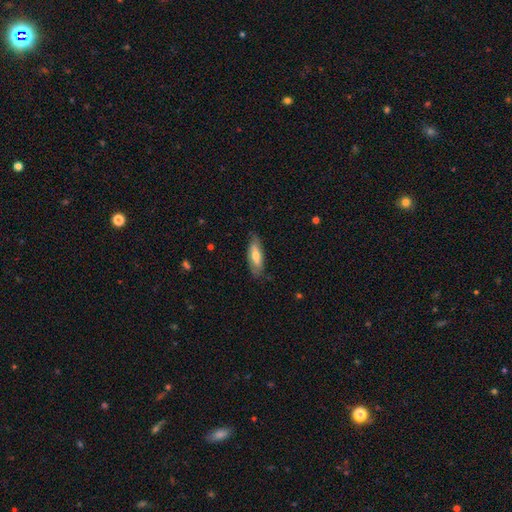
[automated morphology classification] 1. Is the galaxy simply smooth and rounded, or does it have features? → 58% smooth, 36% featured or disk, 6% star or artifact.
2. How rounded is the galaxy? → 63% in between, 35% cigar-shaped, 2% round.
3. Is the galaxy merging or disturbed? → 79% none, 17% minor disturbance, 3% major disturbance, 1% merger.